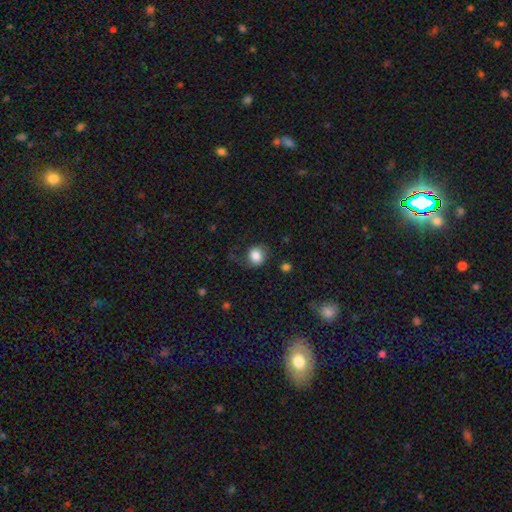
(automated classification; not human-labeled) Q: Smooth or featured?
A: smooth (82%); runner-up: featured or disk (9%)
Q: How rounded?
A: round (76%); runner-up: in between (23%)
Q: Merging?
A: none (64%); runner-up: minor disturbance (21%)